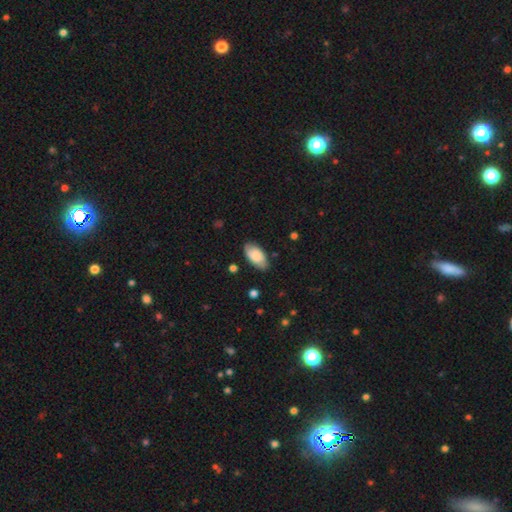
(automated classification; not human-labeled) A smooth galaxy with no disk features (82%) that is in between round and cigar-shaped (95%).

Vote fractions:
- Smooth or featured? smooth: 82% / featured or disk: 12% / star or artifact: 6%
- How rounded? in between: 95% / cigar-shaped: 3% / round: 3%
- Merging? none: 80% / minor disturbance: 15% / major disturbance: 3% / merger: 1%